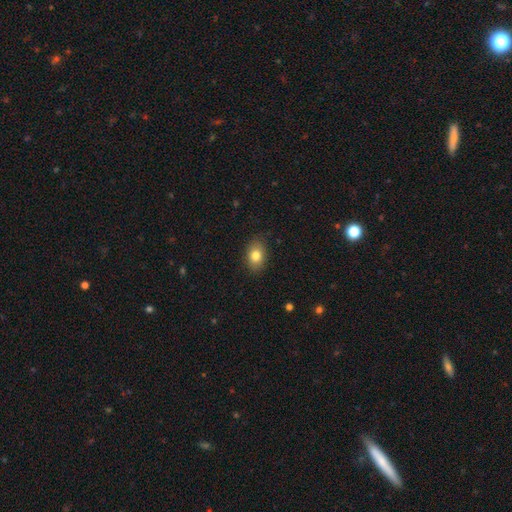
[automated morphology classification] This is clearly a smooth galaxy (81%). How rounded: likely in between (79%). Merging: clearly none (86%).